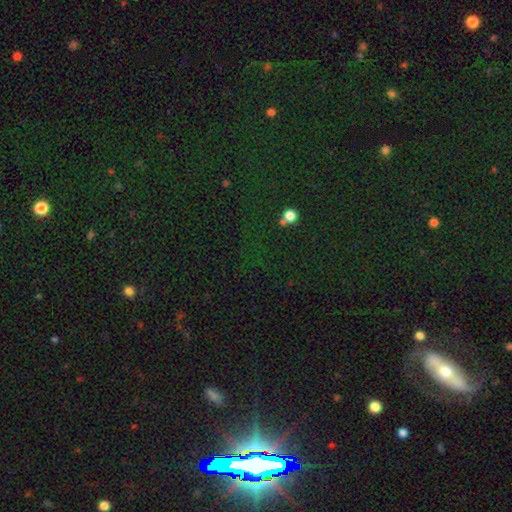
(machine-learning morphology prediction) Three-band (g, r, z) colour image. It shows a star or artifact, not a galaxy (75%).